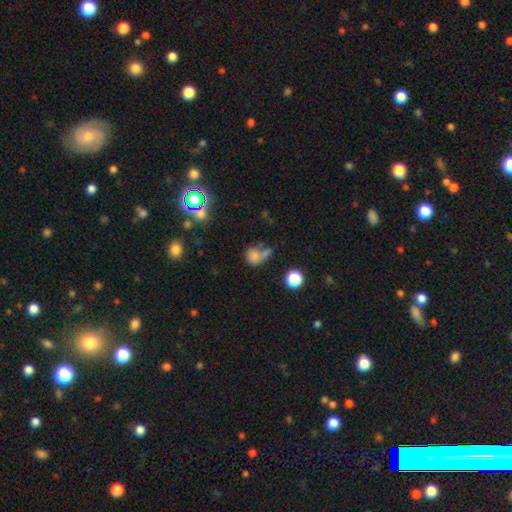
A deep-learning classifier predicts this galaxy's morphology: Q: Smooth or featured?
A: smooth (73%); runner-up: star or artifact (16%)
Q: How rounded?
A: round (73%); runner-up: in between (25%)
Q: Merging?
A: none (37%); runner-up: merger (36%)